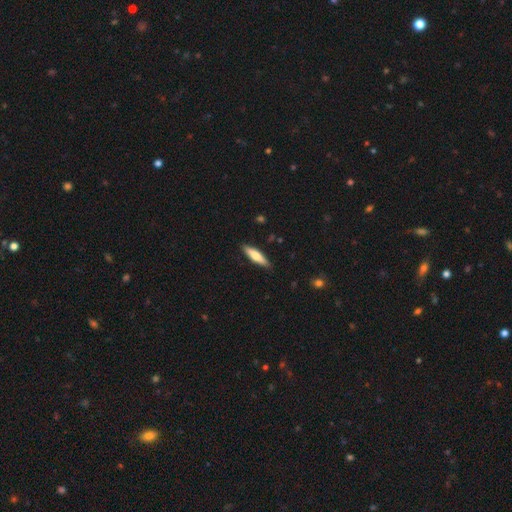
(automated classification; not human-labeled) Overall: smooth (62%; featured or disk 33%). How rounded: cigar-shaped (70%). Merging: none (89%).